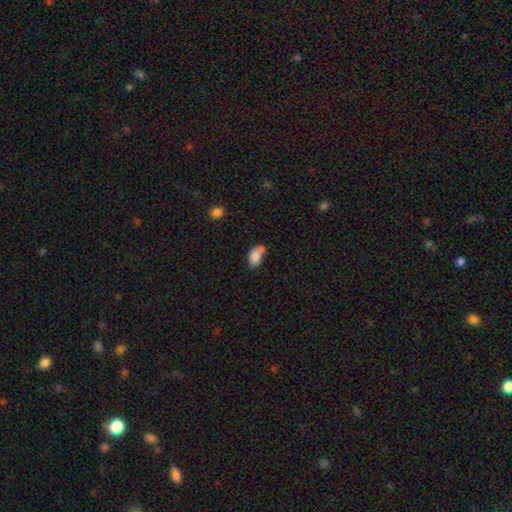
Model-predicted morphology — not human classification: Smooth or featured? smooth (82%)
How rounded? in between (87%)
Merging? none (37%)